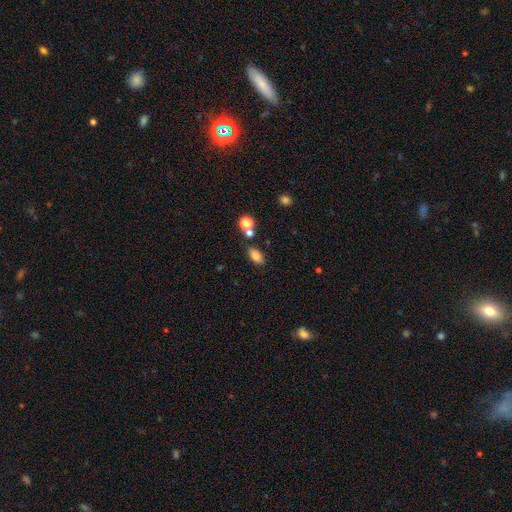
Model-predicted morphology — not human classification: A smooth galaxy with no disk features (80%) that is in between round and cigar-shaped (87%). Merging: none (75%).